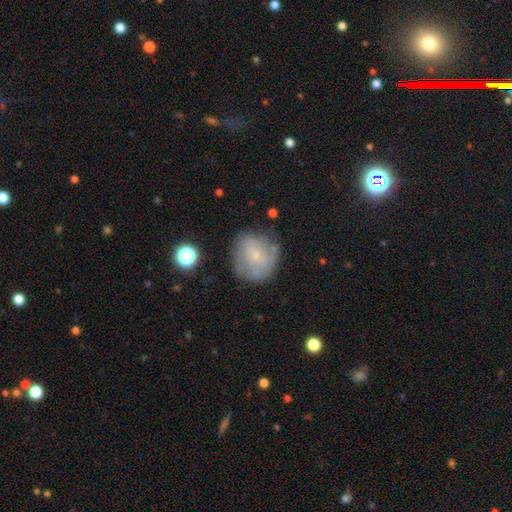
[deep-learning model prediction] Q: Smooth or featured?
A: smooth (50%); runner-up: featured or disk (40%)
Q: Merging?
A: none (65%); runner-up: minor disturbance (23%)